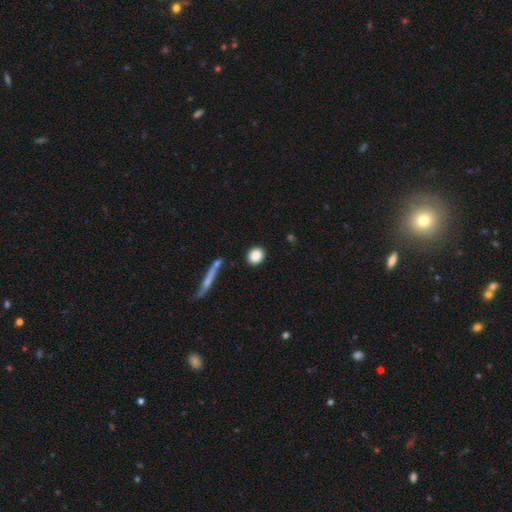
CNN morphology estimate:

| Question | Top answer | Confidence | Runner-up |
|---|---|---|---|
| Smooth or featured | smooth | 86% | star or artifact (8%) |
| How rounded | round | 79% | in between (18%) |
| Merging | none | 88% | minor disturbance (7%) |